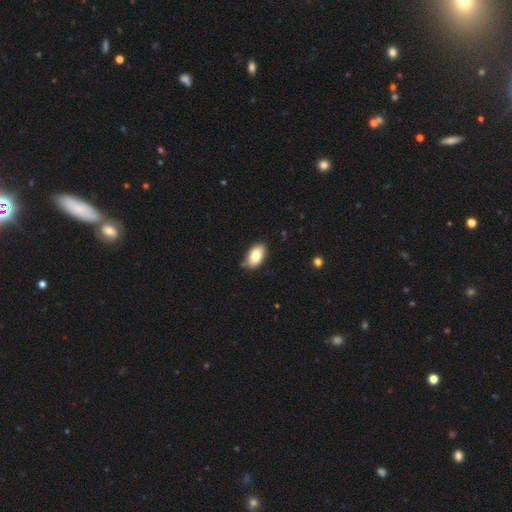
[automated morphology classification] The model was most divided on "merging": none: 77%, minor disturbance: 19%, major disturbance: 3%, merger: 2%. More confident: how rounded — in between (93%); smooth or featured — smooth (80%).